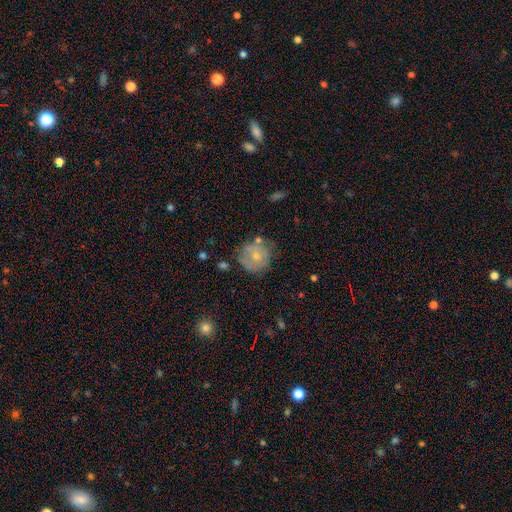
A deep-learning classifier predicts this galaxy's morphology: Smooth or featured: smooth — 59% (featured or disk — 33%)
How rounded: round — 89% (in between — 10%)
Merging: none — 60% (minor disturbance — 24%)